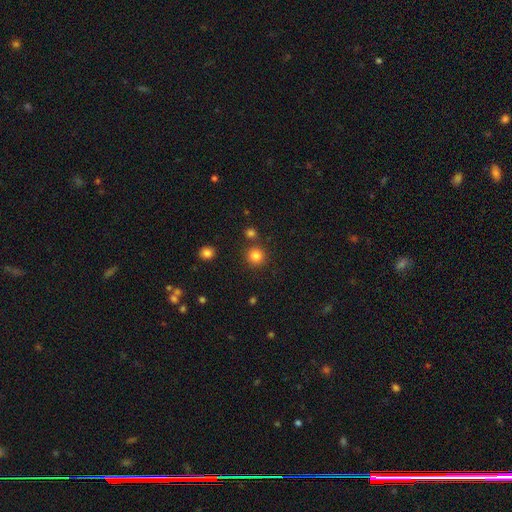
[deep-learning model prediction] This is clearly a smooth galaxy (82%). How rounded: clearly round (93%). Merging: clearly none (83%).